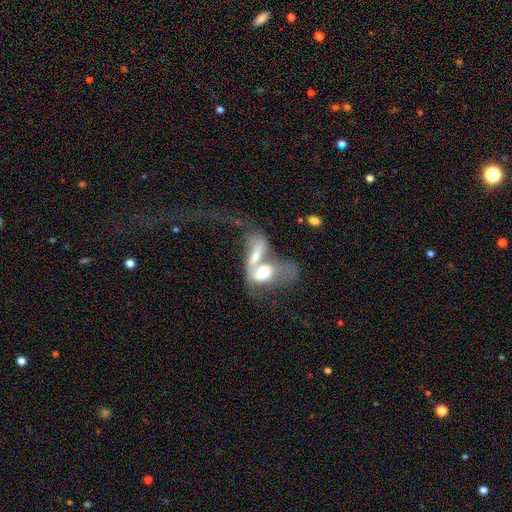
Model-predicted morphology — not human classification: This is possibly a featured or disk galaxy (47%). Merging: likely merger (79%).